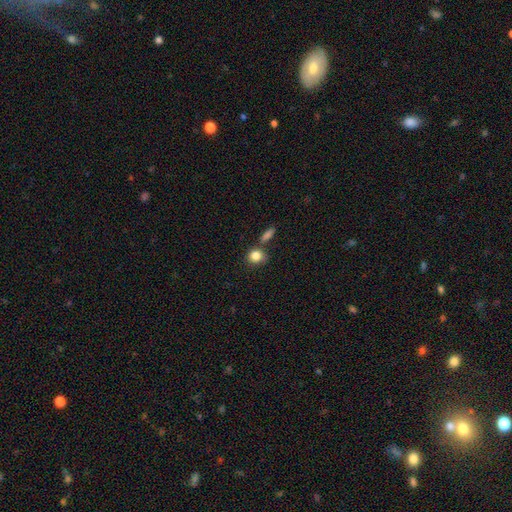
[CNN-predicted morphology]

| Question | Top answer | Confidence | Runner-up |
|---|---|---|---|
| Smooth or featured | smooth | 85% | star or artifact (9%) |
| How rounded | round | 76% | in between (23%) |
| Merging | none | 65% | merger (17%) |